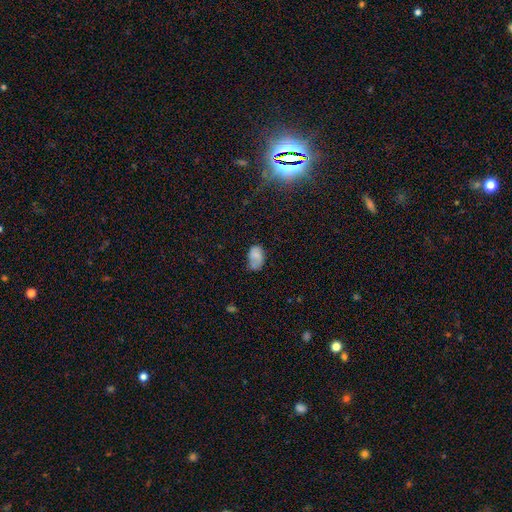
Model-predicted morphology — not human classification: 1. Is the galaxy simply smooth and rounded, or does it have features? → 76% smooth, 14% featured or disk, 10% star or artifact.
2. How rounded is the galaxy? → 89% in between, 10% round, 1% cigar-shaped.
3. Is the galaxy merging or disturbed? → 48% none, 34% minor disturbance, 11% major disturbance, 7% merger.